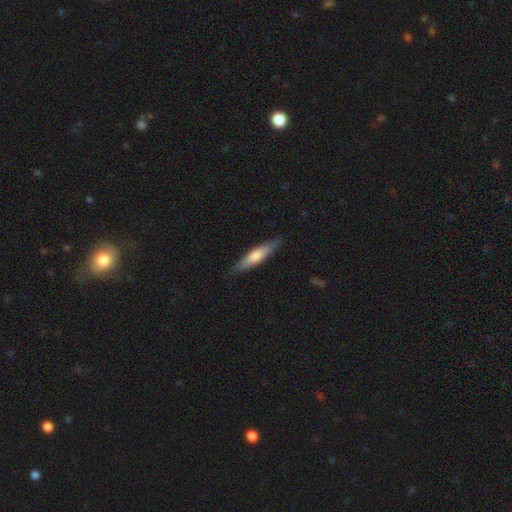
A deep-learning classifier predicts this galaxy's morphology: Overall: smooth (65%; featured or disk 30%). How rounded: cigar-shaped (79%). Merging: none (87%).